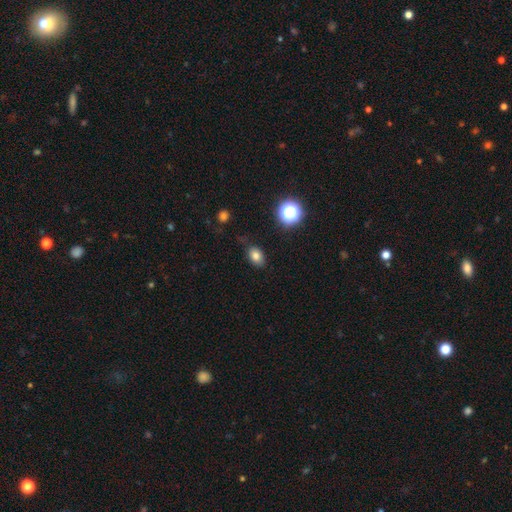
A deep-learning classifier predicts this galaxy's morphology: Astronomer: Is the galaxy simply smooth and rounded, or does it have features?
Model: smooth — 78%.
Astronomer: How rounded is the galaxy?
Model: in between — 77%.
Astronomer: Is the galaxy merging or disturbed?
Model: none — 80%.